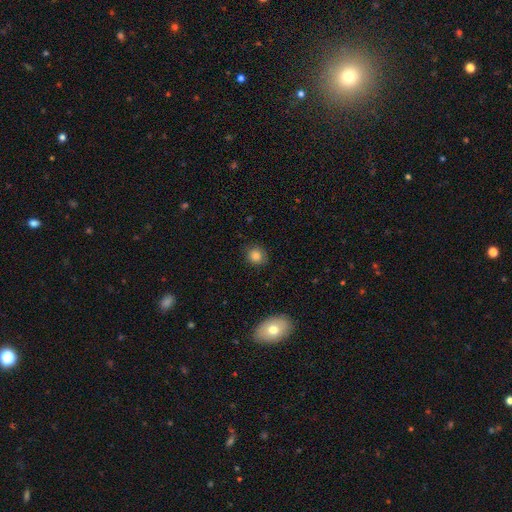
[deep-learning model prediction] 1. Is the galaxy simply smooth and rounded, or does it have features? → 82% smooth, 11% star or artifact, 6% featured or disk.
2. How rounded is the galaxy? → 79% round, 20% in between, 1% cigar-shaped.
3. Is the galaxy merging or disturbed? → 83% none, 13% minor disturbance, 3% major disturbance, 1% merger.